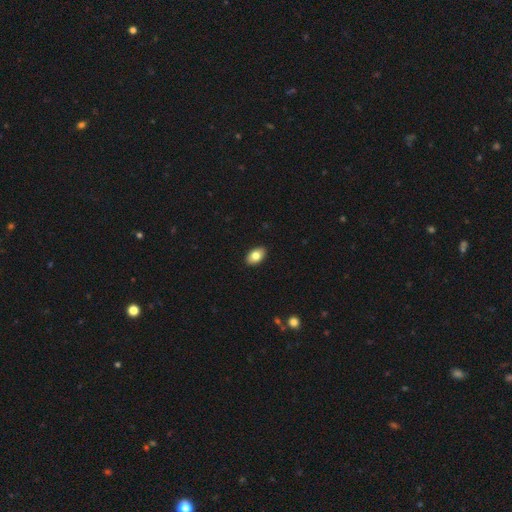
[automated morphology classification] type=smooth (83%); roundness=in between (92%); merging=none (91%).